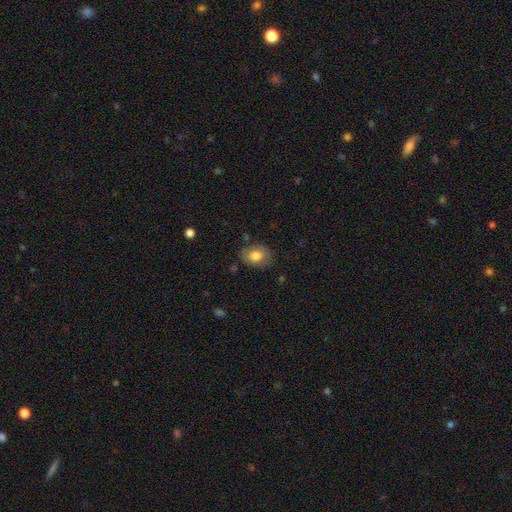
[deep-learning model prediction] A smooth galaxy with no disk features (76%) that is in between round and cigar-shaped (67%). Merging: none (78%).